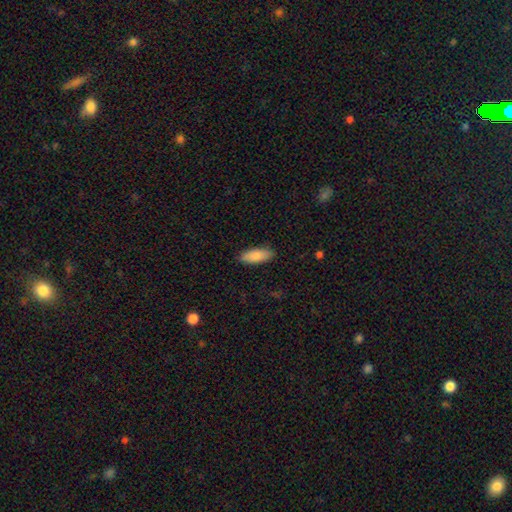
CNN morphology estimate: A smooth galaxy with no disk features (87%) that is in between round and cigar-shaped (75%). Merging: none (88%).